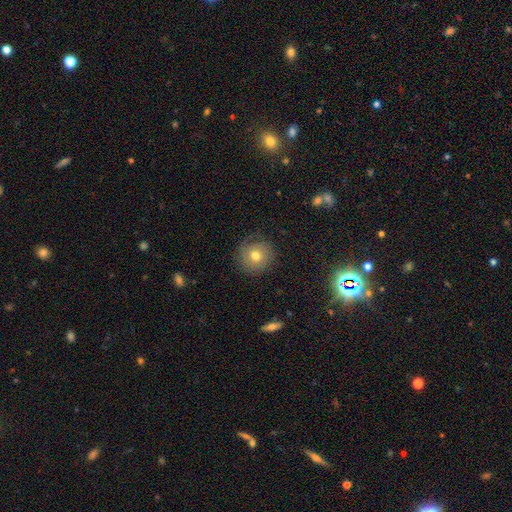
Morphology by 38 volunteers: Volunteers were most divided on "smooth or featured": smooth: 71%, featured or disk: 24%, star or artifact: 5%. More confident: how rounded — round (96%); merging — none (78%).